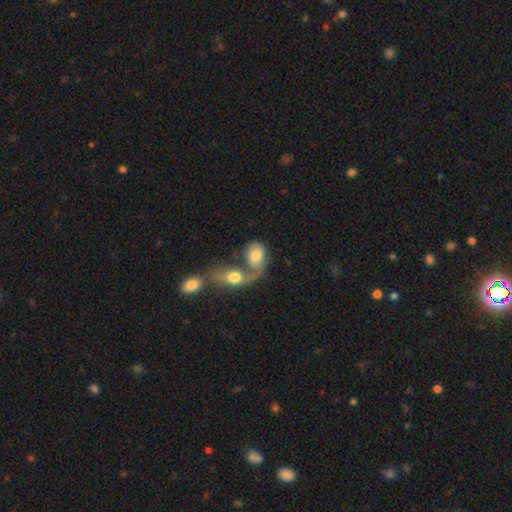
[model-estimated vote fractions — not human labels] A smooth galaxy with no disk features (63%) that is in between round and cigar-shaped (79%). Merging: merger (68%).